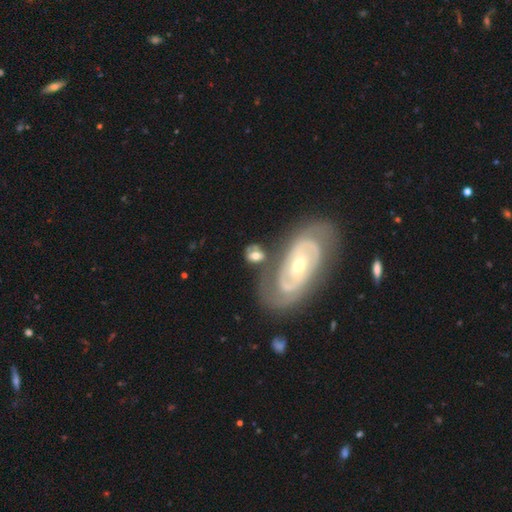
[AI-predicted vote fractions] This is possibly a smooth galaxy (47%, tied with featured or disk). Merging: possibly none (48%).